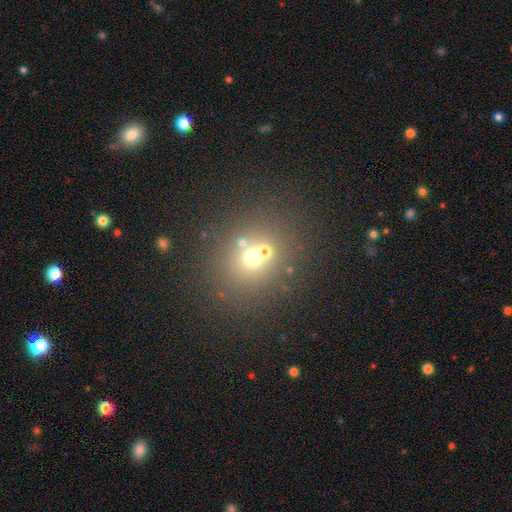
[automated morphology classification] Smooth or featured? smooth (60%)
How rounded? round (80%)
Merging? none (51%)